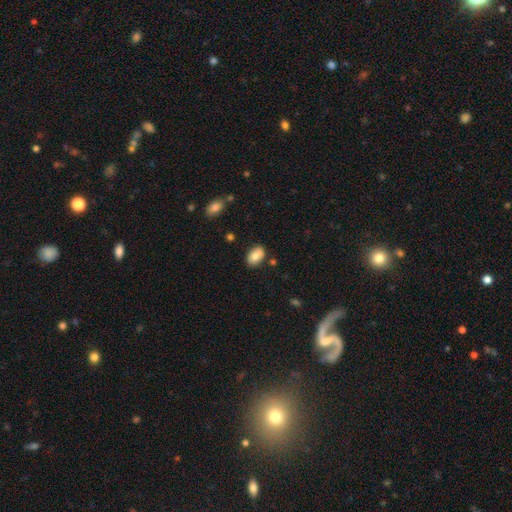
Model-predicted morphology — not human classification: type=smooth (82%); roundness=in between (91%); merging=none (81%).